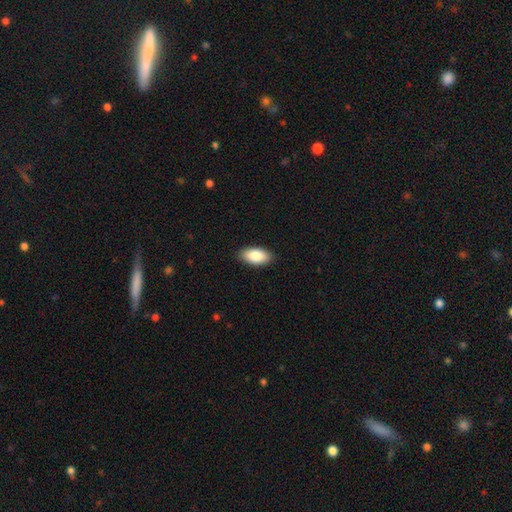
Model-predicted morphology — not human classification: This appears to be a smooth galaxy with no disk features (87%) that is in between round and cigar-shaped (94%). Merging: none (89%).